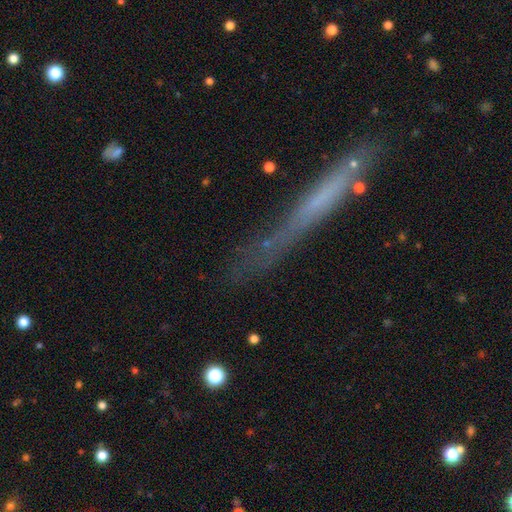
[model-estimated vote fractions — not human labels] A featured or disk galaxy (49%).

Vote fractions:
- Smooth or featured? featured or disk: 49% / smooth: 40% / star or artifact: 12%
- Merging? none: 65% / minor disturbance: 22% / major disturbance: 9% / merger: 4%